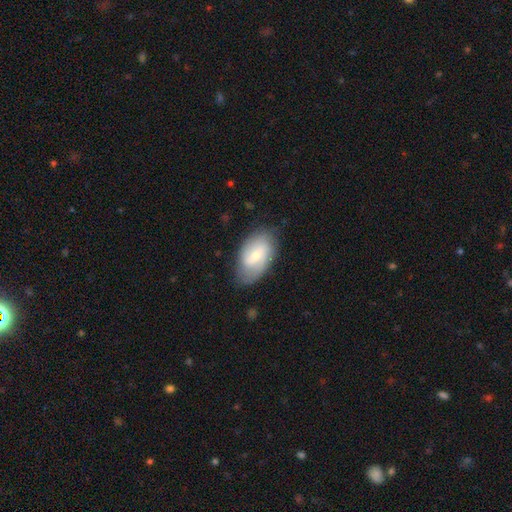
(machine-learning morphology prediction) The model was most divided on "bulge size": small: 53%, moderate: 41%, large: 3%, none: 2%, dominant: 1%. More confident: edge-on disk — no (94%); spiral arms — yes (80%); merging — none (76%); smooth or featured — featured or disk (53%); bar — weak (53%).